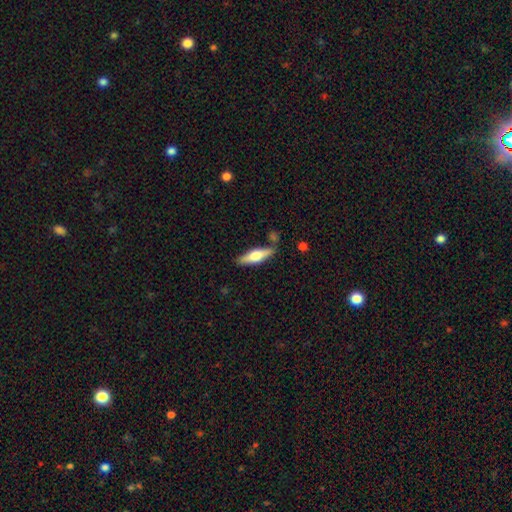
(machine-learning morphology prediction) Smooth or featured?
  - featured or disk: 48% *
  - smooth: 46%
  - star or artifact: 6%
Merging?
  - none: 79% *
  - minor disturbance: 13%
  - merger: 6%
  - major disturbance: 3%